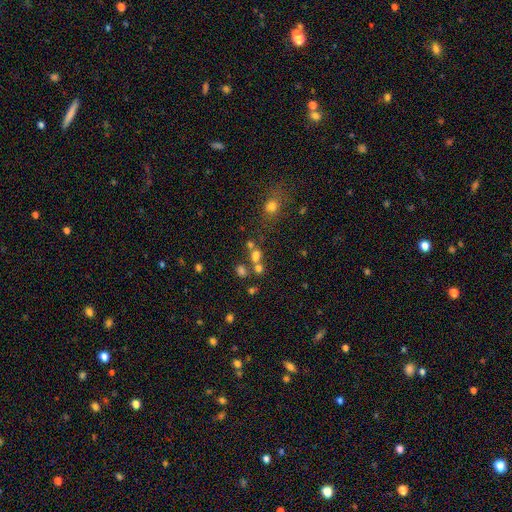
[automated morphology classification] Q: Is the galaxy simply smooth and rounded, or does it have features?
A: smooth — 65%.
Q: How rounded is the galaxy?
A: round — 60%.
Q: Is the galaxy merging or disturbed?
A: none — 46%.